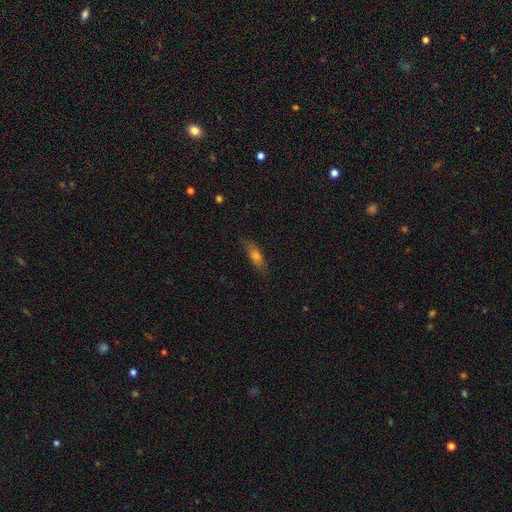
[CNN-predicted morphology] This appears to be a smooth galaxy with no disk features (60%) that is cigar-shaped (51%). Merging: none (78%).